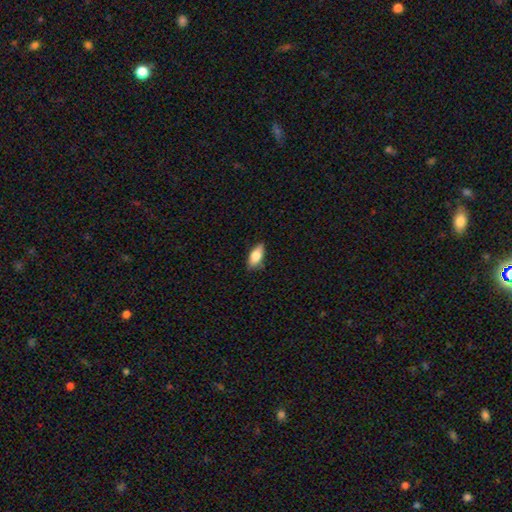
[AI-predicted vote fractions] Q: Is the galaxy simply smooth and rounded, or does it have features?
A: smooth — 78%.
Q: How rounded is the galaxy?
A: in between — 85%.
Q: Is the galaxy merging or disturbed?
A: none — 83%.